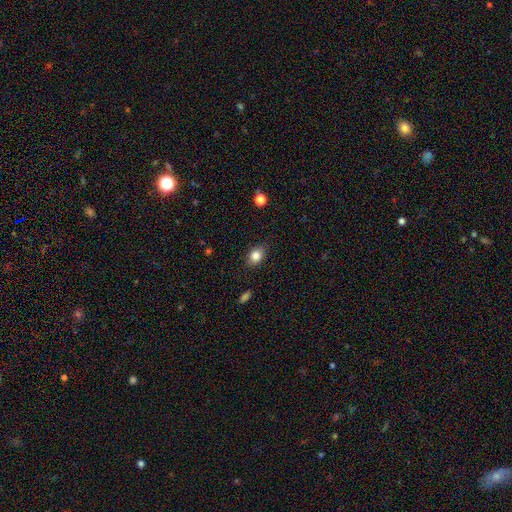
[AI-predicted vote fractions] Smooth or featured?
  - smooth: 83% *
  - star or artifact: 10%
  - featured or disk: 8%
How rounded?
  - in between: 64% *
  - round: 34%
  - cigar-shaped: 1%
Merging?
  - none: 84% *
  - minor disturbance: 12%
  - major disturbance: 3%
  - merger: 1%